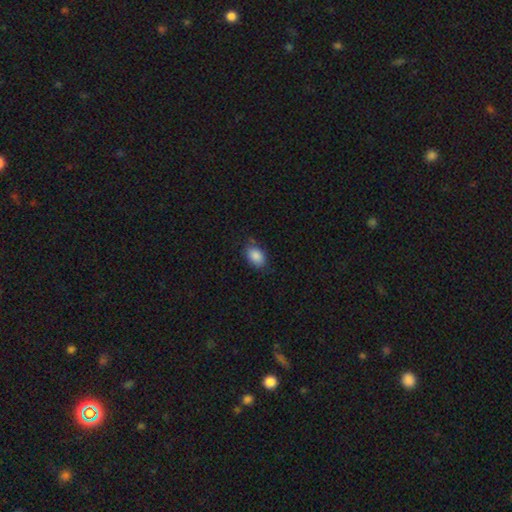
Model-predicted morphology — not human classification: The model was most divided on "merging": none: 77%, minor disturbance: 18%, major disturbance: 4%, merger: 2%. More confident: smooth or featured — smooth (87%); how rounded — in between (86%).